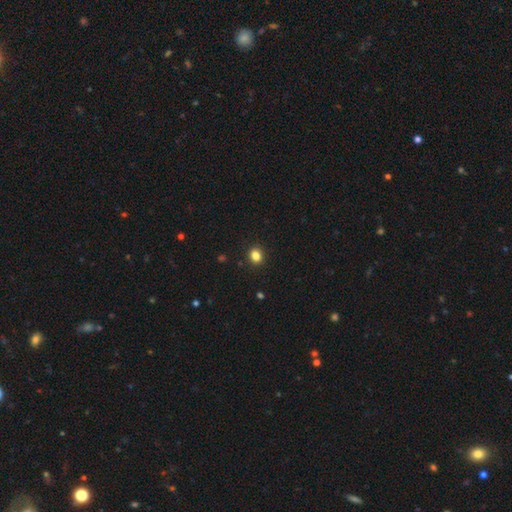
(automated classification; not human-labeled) Q: Smooth or featured?
A: smooth (84%); runner-up: star or artifact (12%)
Q: How rounded?
A: round (67%); runner-up: in between (32%)
Q: Merging?
A: none (92%); runner-up: minor disturbance (6%)